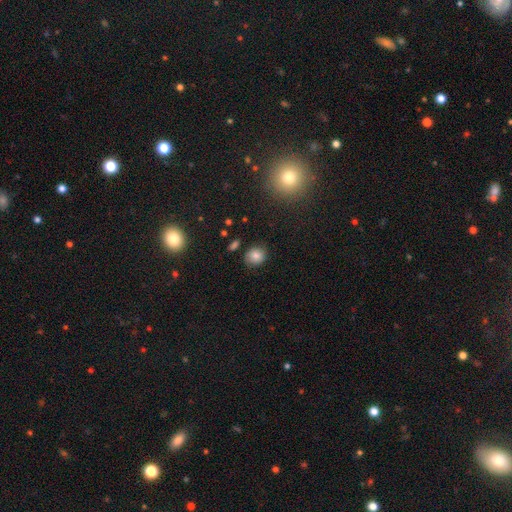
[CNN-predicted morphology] type=smooth (78%); roundness=round (76%); merging=none (77%).